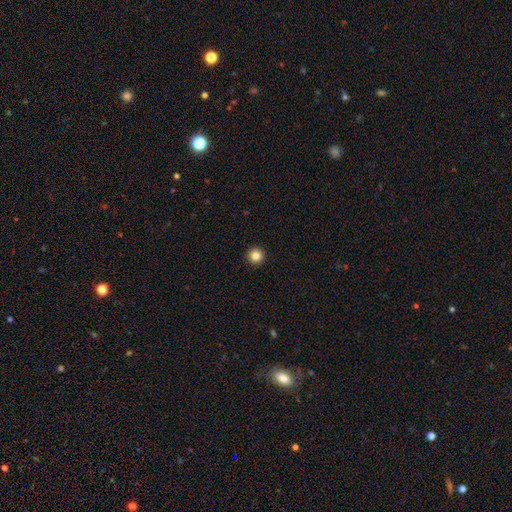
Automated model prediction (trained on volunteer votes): smooth_or_featured: smooth (p=0.84) [alt: star or artifact p=0.11]
how_rounded: round (p=0.96) [alt: in between p=0.03]
merging: none (p=0.94) [alt: minor disturbance p=0.04]